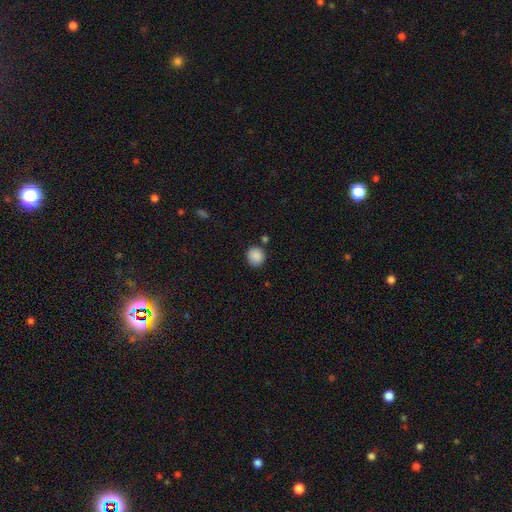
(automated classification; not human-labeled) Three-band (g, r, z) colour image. It shows a smooth galaxy with no disk features (88%) that is round (87%). Merging: none (80%).